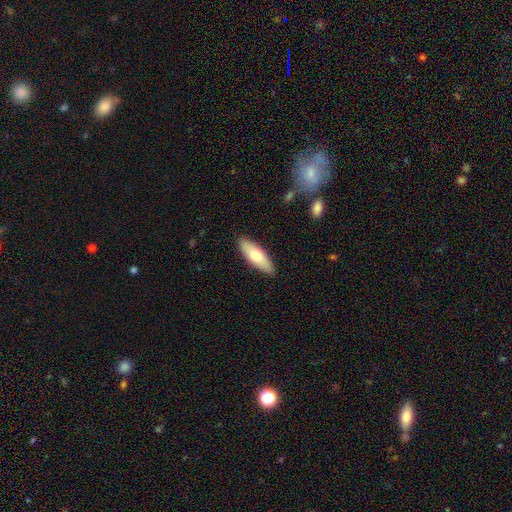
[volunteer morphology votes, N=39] Volunteers were most divided on "how rounded": in between: 64%, cigar-shaped: 36%, round: 0%. More confident: merging — none (89%); smooth or featured — smooth (72%).